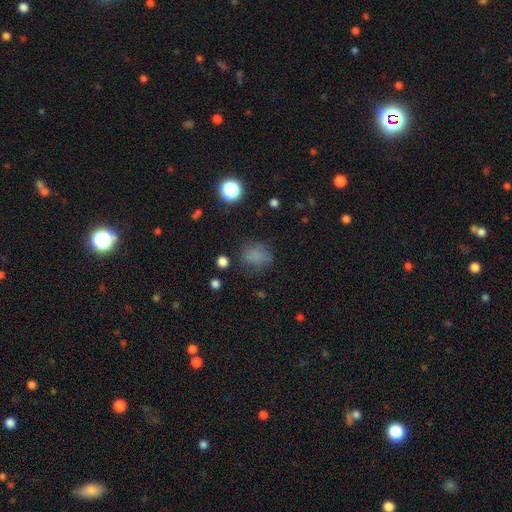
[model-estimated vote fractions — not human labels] A smooth galaxy with no disk features (74%) that is round (55%).

Vote fractions:
- Smooth or featured? smooth: 74% / star or artifact: 18% / featured or disk: 9%
- How rounded? round: 55% / in between: 44% / cigar-shaped: 1%
- Merging? none: 67% / minor disturbance: 20% / major disturbance: 10% / merger: 3%